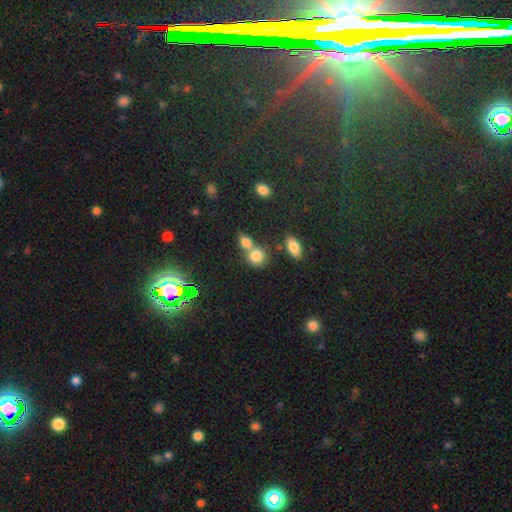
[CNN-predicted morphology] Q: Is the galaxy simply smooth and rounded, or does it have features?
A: smooth — 77%.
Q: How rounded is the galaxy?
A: round — 77%.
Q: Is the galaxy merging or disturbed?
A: merger — 46%.